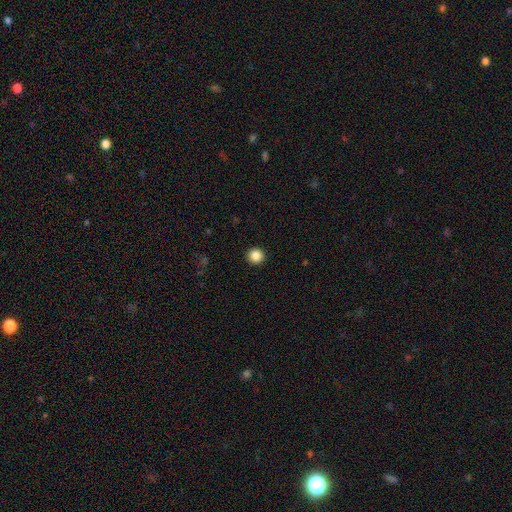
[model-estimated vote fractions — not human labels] smooth-or-featured: smooth: 86% | star or artifact: 10% | featured or disk: 4%
  how-rounded: round: 94% | in between: 5% | cigar-shaped: 1%
  merging: none: 93% | minor disturbance: 4% | major disturbance: 2% | merger: 1%